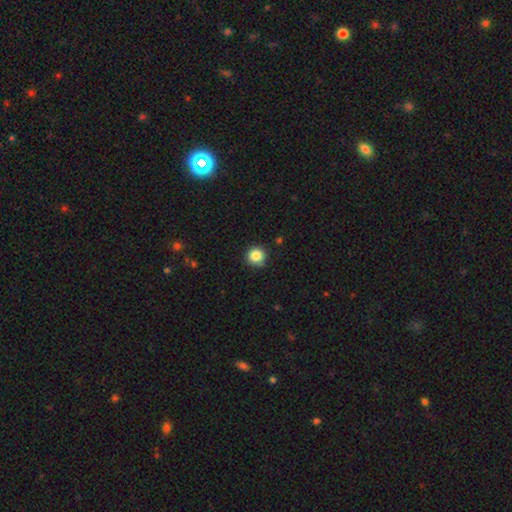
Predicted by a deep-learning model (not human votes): The model was most divided on "smooth or featured": smooth: 85%, star or artifact: 11%, featured or disk: 4%. More confident: how rounded — round (95%); merging — none (87%).